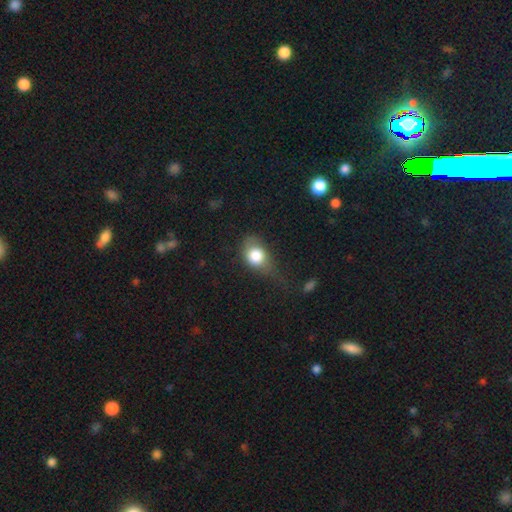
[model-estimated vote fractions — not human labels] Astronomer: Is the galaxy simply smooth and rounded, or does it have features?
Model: smooth — 78%.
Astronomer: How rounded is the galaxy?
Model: in between — 57% (runner-up: round, 41%).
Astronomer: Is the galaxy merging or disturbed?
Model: none — 35% (runner-up: minor disturbance, 34%).